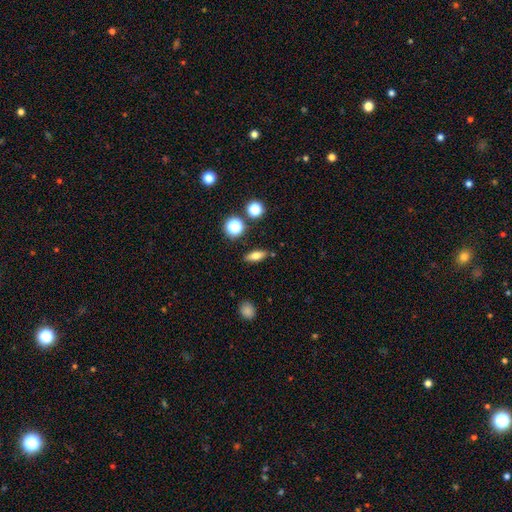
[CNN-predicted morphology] This appears to be a smooth galaxy with no disk features (69%) that is in between round and cigar-shaped (66%). Merging: none (86%).